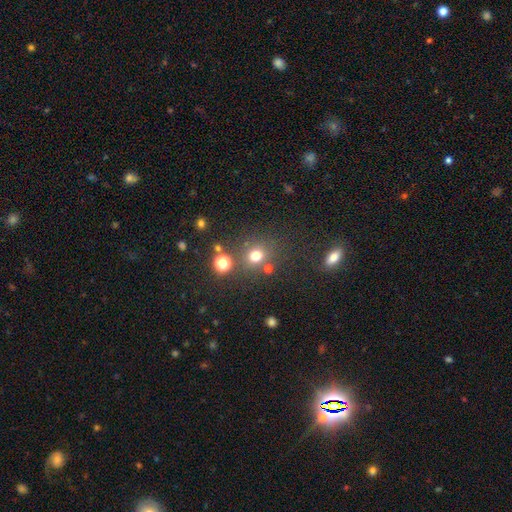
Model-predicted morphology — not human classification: Q: Smooth or featured?
A: smooth (71%); runner-up: star or artifact (22%)
Q: How rounded?
A: round (84%); runner-up: in between (15%)
Q: Merging?
A: none (77%); runner-up: minor disturbance (10%)